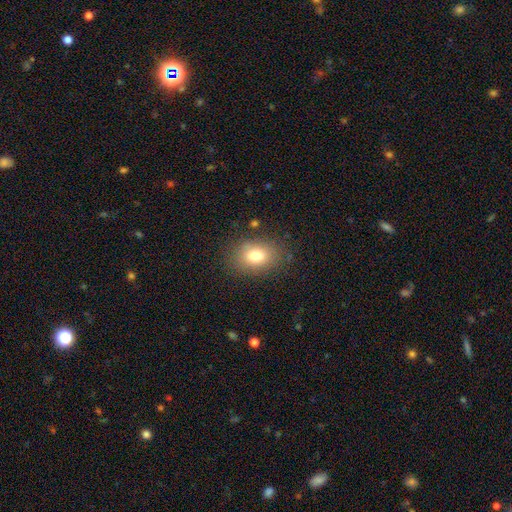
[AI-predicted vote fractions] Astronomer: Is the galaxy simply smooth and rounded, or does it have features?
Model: smooth — 77%.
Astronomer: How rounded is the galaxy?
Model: in between — 72%.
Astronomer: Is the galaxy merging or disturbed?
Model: none — 82%.